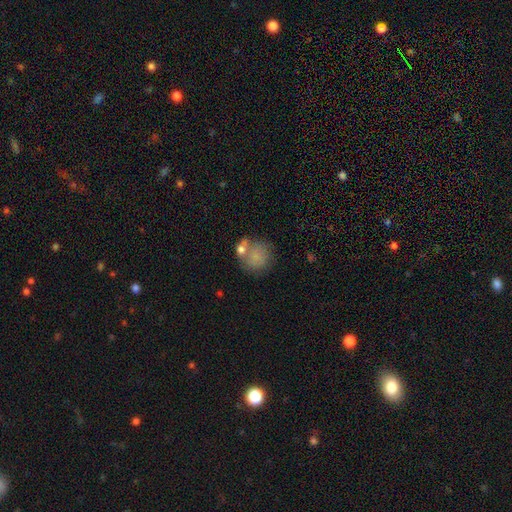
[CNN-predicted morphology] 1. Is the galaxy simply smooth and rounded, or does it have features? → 75% smooth, 16% featured or disk, 9% star or artifact.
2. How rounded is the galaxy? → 84% round, 15% in between, 1% cigar-shaped.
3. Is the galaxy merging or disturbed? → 50% none, 26% merger, 16% minor disturbance, 8% major disturbance.